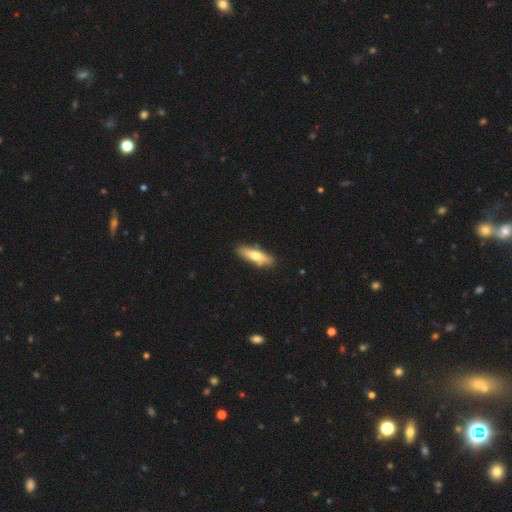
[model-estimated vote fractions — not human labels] This is likely a smooth galaxy (65%). How rounded: possibly cigar-shaped (54%). Merging: clearly none (83%).